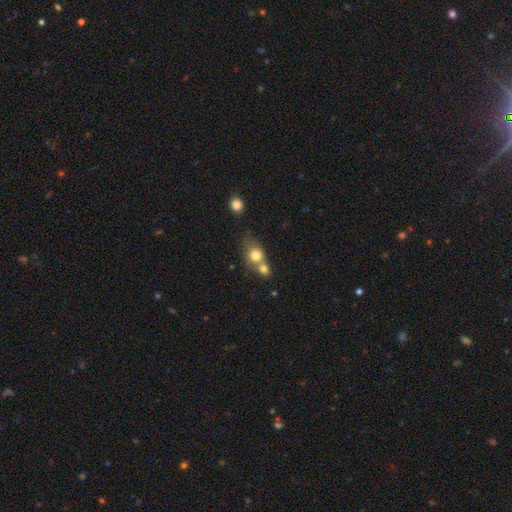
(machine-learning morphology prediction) This is likely a smooth galaxy (76%). How rounded: likely round (64%). Merging: possibly merger (58%).